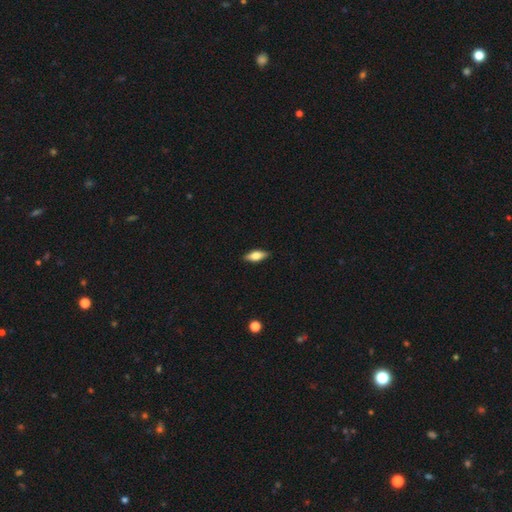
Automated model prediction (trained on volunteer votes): Smooth or featured: smooth — 60% (featured or disk — 33%)
How rounded: in between — 72% (cigar-shaped — 25%)
Merging: none — 88% (minor disturbance — 9%)